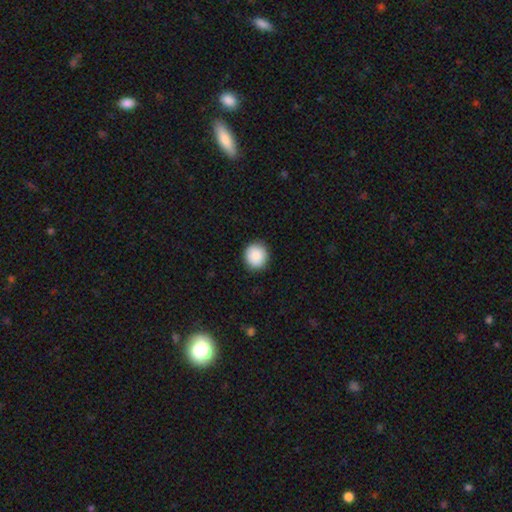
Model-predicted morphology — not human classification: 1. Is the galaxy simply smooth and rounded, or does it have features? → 90% smooth, 7% star or artifact, 3% featured or disk.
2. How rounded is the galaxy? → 89% round, 10% in between, 1% cigar-shaped.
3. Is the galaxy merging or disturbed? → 91% none, 7% minor disturbance, 2% major disturbance, 1% merger.